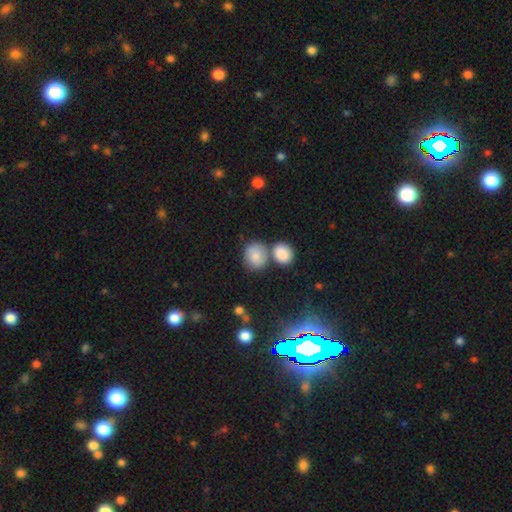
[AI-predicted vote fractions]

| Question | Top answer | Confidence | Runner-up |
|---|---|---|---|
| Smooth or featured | smooth | 81% | featured or disk (11%) |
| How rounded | round | 63% | in between (35%) |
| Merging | none | 53% | merger (28%) |